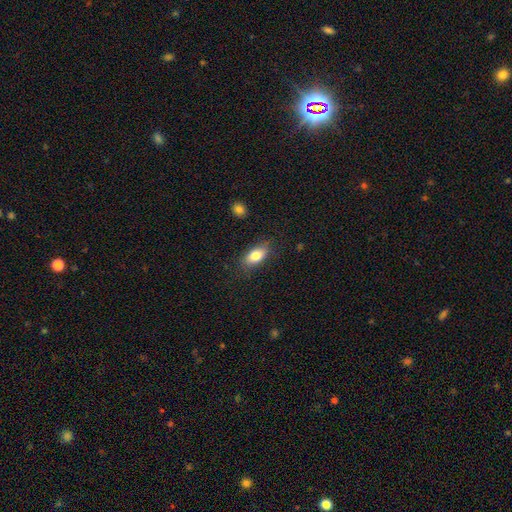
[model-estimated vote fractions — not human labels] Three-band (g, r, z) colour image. It shows a smooth galaxy with no disk features (80%) that is in between round and cigar-shaped (87%). Merging: none (81%).